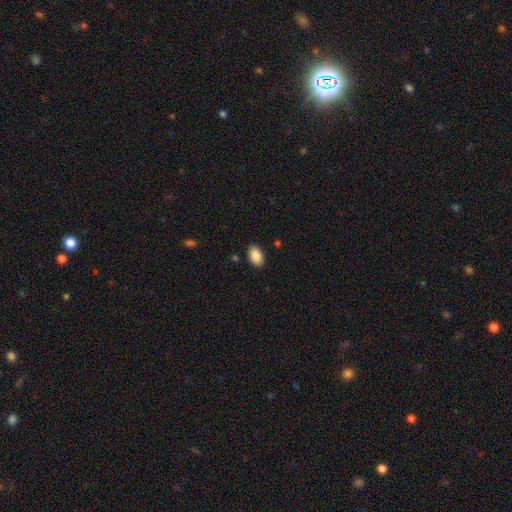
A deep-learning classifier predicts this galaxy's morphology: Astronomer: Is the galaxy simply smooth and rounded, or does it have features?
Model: smooth — 89%.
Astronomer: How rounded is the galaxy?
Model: in between — 93%.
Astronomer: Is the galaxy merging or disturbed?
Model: none — 88%.